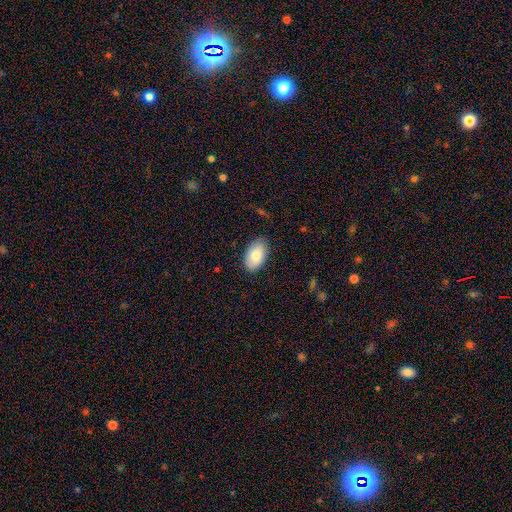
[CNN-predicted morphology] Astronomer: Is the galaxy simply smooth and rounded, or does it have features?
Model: smooth — 81%.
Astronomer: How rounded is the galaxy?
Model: in between — 94%.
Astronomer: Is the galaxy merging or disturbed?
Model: none — 86%.